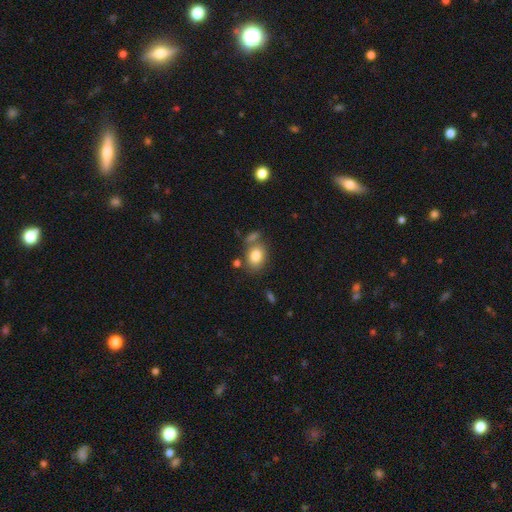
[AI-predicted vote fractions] smooth-or-featured: smooth: 81% | featured or disk: 10% | star or artifact: 9%
  how-rounded: in between: 65% | round: 33% | cigar-shaped: 1%
  merging: none: 63% | merger: 17% | minor disturbance: 15% | major disturbance: 5%